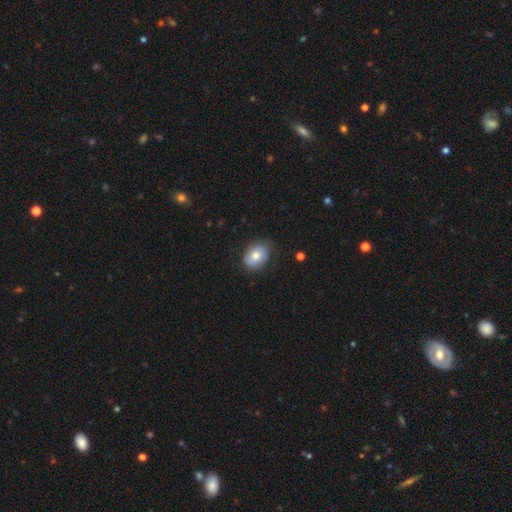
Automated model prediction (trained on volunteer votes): Smooth or featured? smooth (75%)
How rounded? in between (64%)
Merging? none (74%)